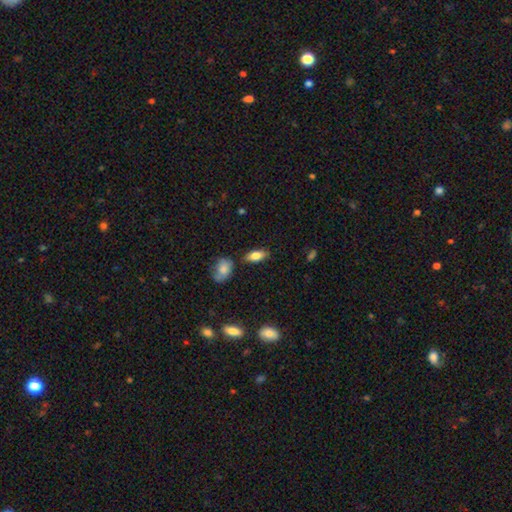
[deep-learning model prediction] This is likely a smooth galaxy (76%). How rounded: clearly in between (83%). Merging: clearly none (82%).